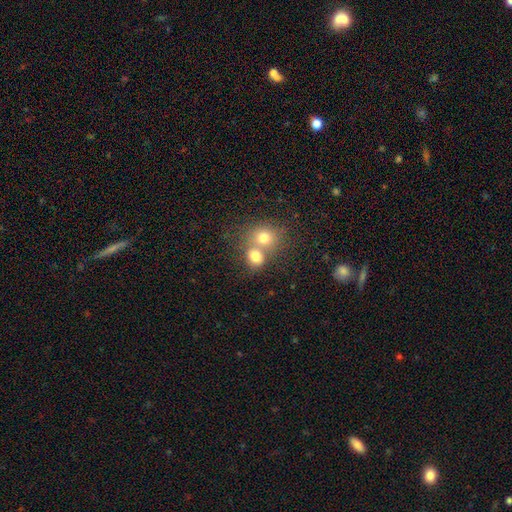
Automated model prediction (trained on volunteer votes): Q: Smooth or featured?
A: smooth (76%); runner-up: featured or disk (12%)
Q: How rounded?
A: round (65%); runner-up: in between (34%)
Q: Merging?
A: merger (56%); runner-up: none (34%)